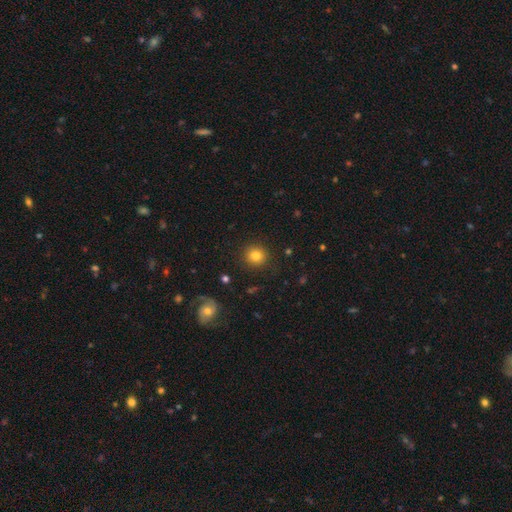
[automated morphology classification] The model was most divided on "smooth or featured": smooth: 82%, star or artifact: 11%, featured or disk: 7%. More confident: how rounded — round (91%); merging — none (89%).